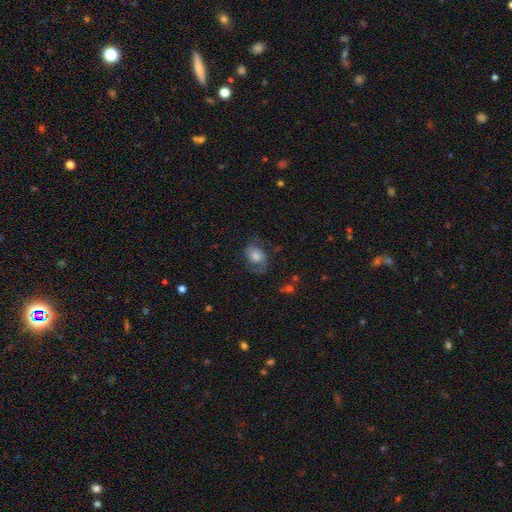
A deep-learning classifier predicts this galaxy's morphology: Smooth or featured? Predicted: featured or disk (p=0.56). Edge-on disk? Predicted: no (p=0.96). Bar? Predicted: no (p=0.68). Spiral arms? Predicted: yes (p=0.86). Bulge size? Predicted: moderate (p=0.42). Merging? Predicted: none (p=0.66).